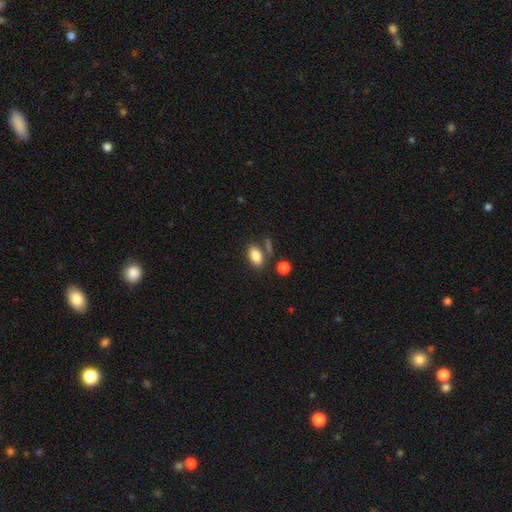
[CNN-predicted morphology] This is clearly a smooth galaxy (84%). How rounded: clearly in between (89%). Merging: likely none (71%).